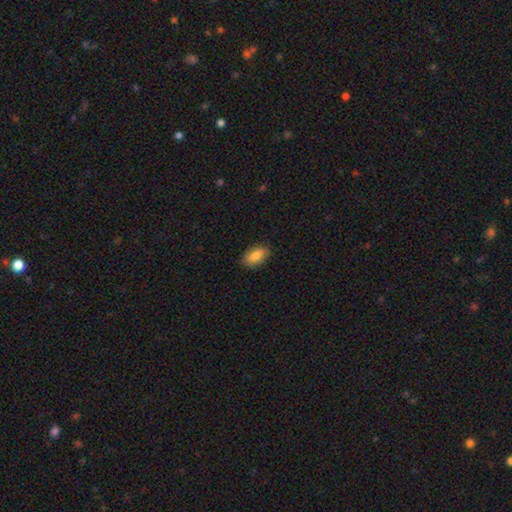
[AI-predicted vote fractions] Smooth or featured?
  - smooth: 81% *
  - featured or disk: 13%
  - star or artifact: 7%
How rounded?
  - in between: 89% *
  - cigar-shaped: 6%
  - round: 5%
Merging?
  - none: 86% *
  - minor disturbance: 11%
  - major disturbance: 2%
  - merger: 1%